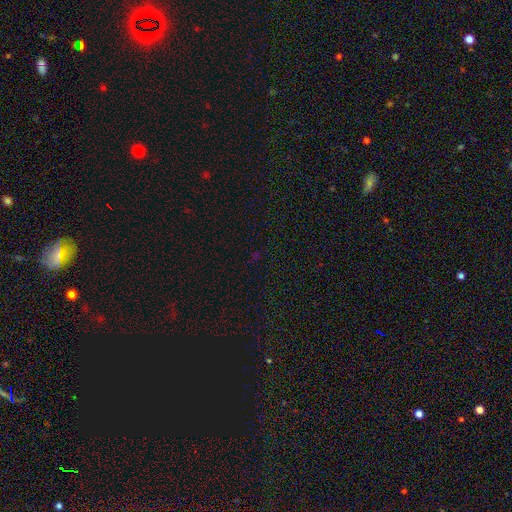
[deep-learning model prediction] Smooth or featured?
  - star or artifact: 70% *
  - smooth: 23%
  - featured or disk: 7%